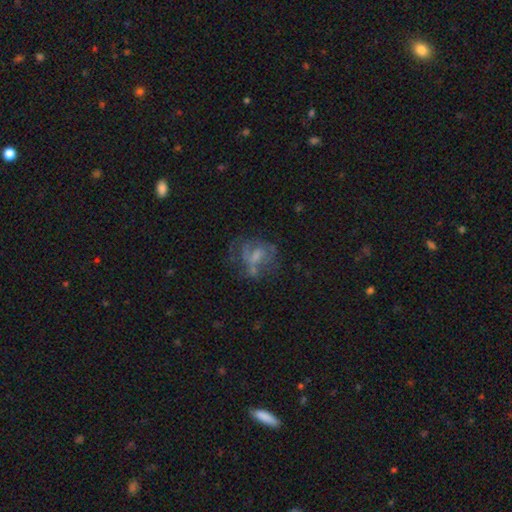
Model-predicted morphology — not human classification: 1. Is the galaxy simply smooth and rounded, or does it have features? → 54% featured or disk, 27% smooth, 19% star or artifact.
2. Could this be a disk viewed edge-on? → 97% no, 3% yes.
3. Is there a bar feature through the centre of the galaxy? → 51% no, 38% weak, 11% strong.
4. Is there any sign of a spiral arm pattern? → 54% yes, 46% no.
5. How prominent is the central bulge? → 35% small, 32% moderate, 26% none, 5% large, 2% dominant.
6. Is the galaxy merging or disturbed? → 48% none, 24% major disturbance, 19% minor disturbance, 8% merger.